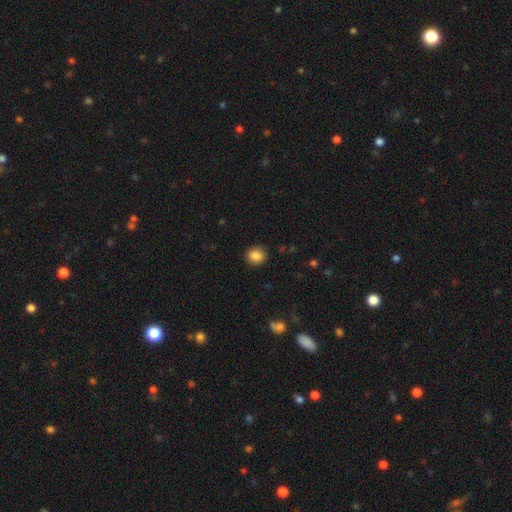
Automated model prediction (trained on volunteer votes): Smooth or featured: smooth — 86% (star or artifact — 9%)
How rounded: round — 78% (in between — 21%)
Merging: none — 90% (minor disturbance — 7%)